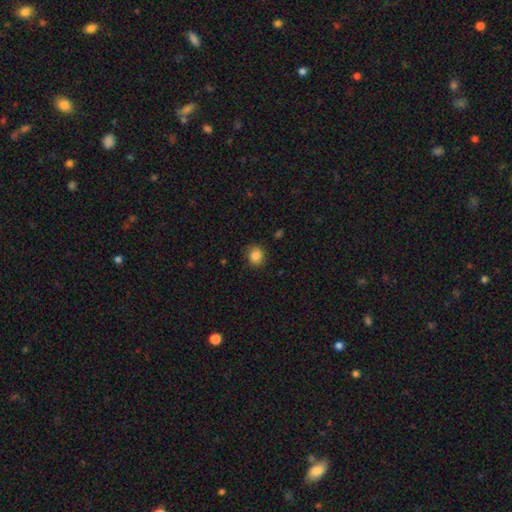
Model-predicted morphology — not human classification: type=smooth (86%); roundness=round (76%); merging=none (84%).